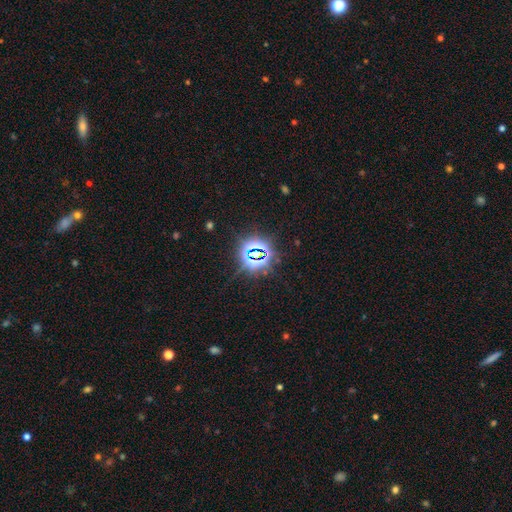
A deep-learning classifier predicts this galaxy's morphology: star or artifact 80%, smooth 12%, featured or disk 8%.